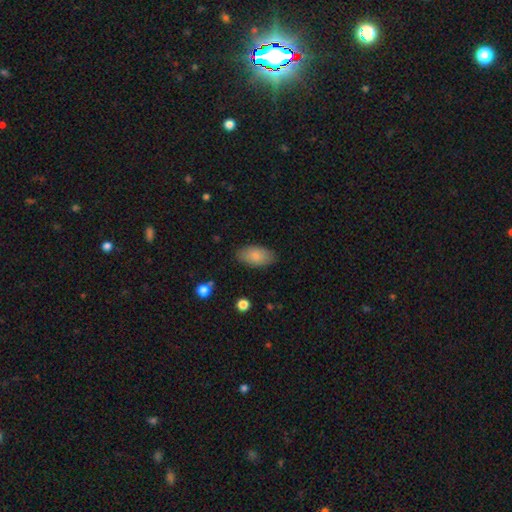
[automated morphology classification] type=smooth (83%); roundness=in between (94%); merging=none (85%).